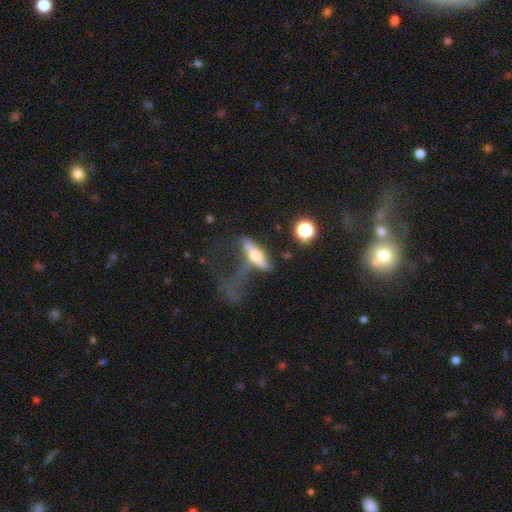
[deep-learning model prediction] This appears to be a smooth galaxy with no disk features (49%). Merging: major disturbance (43%).